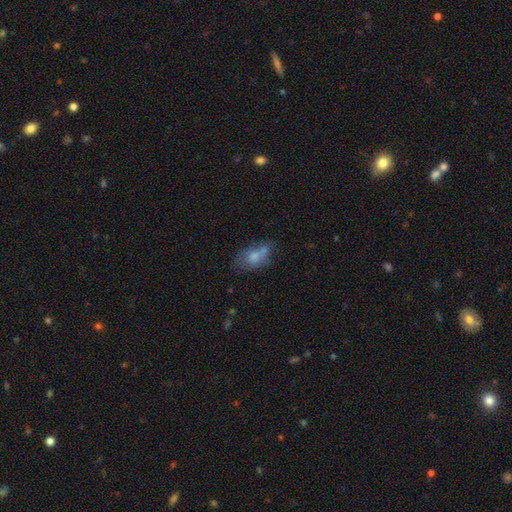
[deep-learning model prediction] smooth-or-featured: smooth: 66% | featured or disk: 25% | star or artifact: 10%
  how-rounded: in between: 85% | round: 8% | cigar-shaped: 6%
  merging: none: 44% | merger: 23% | minor disturbance: 22% | major disturbance: 10%